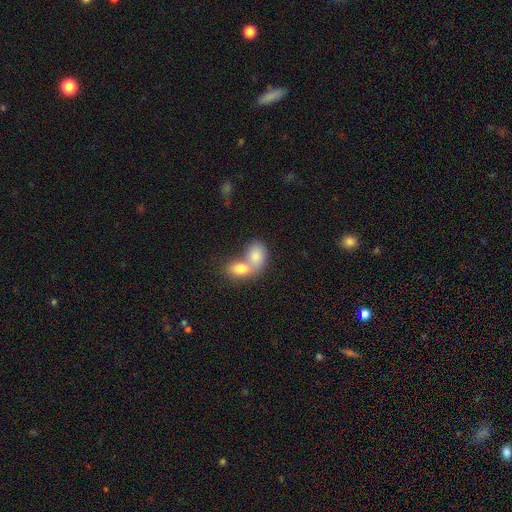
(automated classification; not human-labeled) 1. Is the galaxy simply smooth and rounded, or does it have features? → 79% smooth, 14% featured or disk, 7% star or artifact.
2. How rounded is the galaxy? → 79% in between, 19% round, 2% cigar-shaped.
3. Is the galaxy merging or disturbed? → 73% merger, 17% none, 6% minor disturbance, 3% major disturbance.